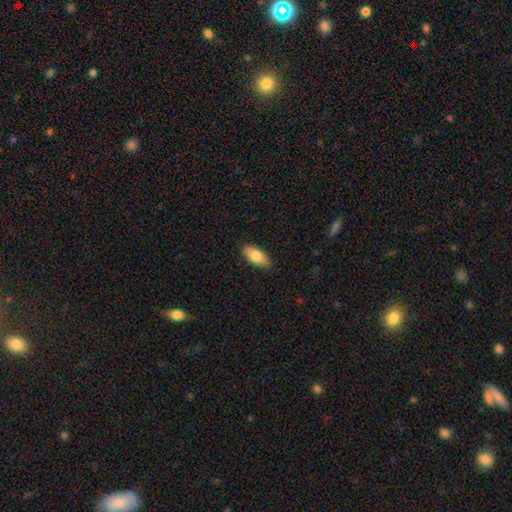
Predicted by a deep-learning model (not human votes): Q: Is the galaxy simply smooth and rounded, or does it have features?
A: smooth — 82%.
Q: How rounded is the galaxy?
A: in between — 86%.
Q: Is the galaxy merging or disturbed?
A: none — 87%.